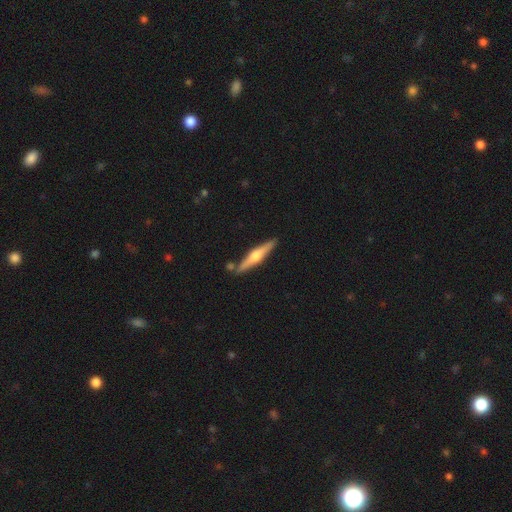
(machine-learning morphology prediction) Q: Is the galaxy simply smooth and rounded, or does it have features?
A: featured or disk — 66%.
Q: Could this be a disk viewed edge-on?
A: yes — 97%.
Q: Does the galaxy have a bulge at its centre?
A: rounded — 91%.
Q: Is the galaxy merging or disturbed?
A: none — 84%.